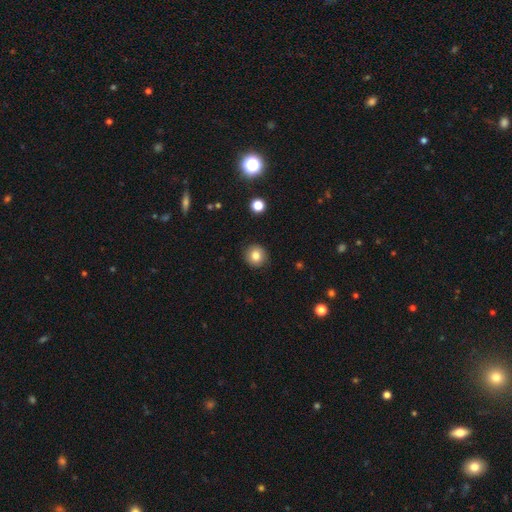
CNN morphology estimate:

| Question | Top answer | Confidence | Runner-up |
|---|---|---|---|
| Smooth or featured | smooth | 82% | star or artifact (11%) |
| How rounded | round | 92% | in between (7%) |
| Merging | none | 91% | minor disturbance (6%) |